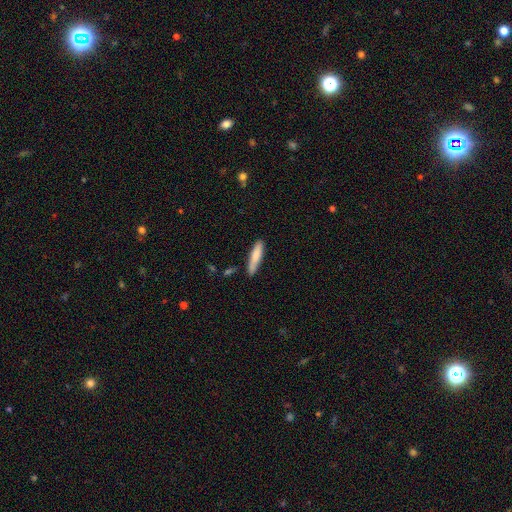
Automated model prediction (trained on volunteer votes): Smooth or featured: smooth — 80% (featured or disk — 14%)
How rounded: cigar-shaped — 84% (in between — 14%)
Merging: none — 81% (minor disturbance — 14%)